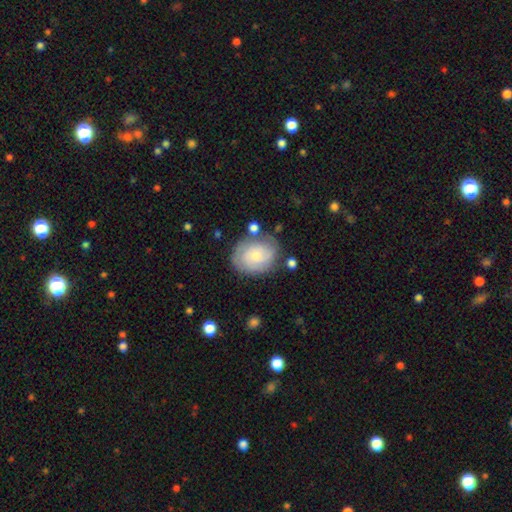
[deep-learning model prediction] Overall: smooth (49%; featured or disk 44%). Merging: none (66%).